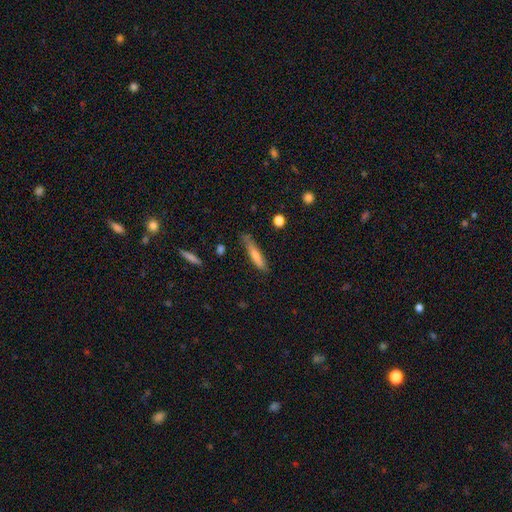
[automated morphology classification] smooth 66%, featured or disk 26%, star or artifact 7%. Down the decision tree: how rounded — cigar-shaped (87%); merging — none (69%).